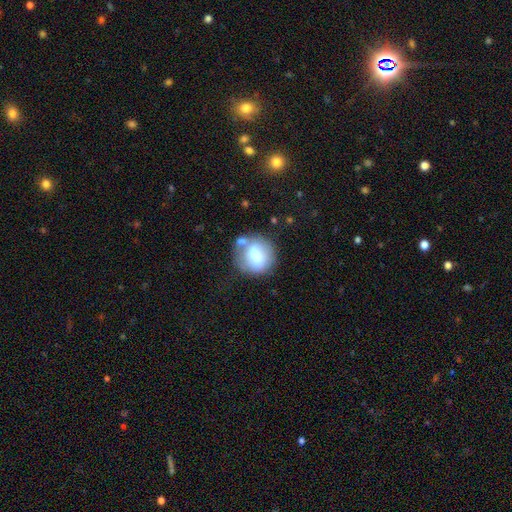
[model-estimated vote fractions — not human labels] Morphology: type=smooth (67%); roundness=round (79%); merging=none (53%).